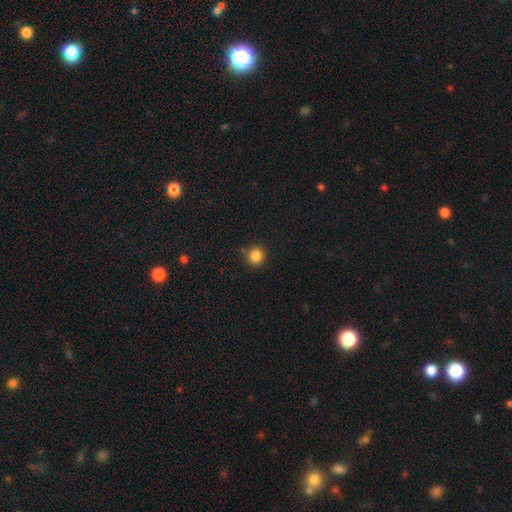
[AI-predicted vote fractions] Overall: smooth (86%). How rounded: round (92%). Merging: none (86%).